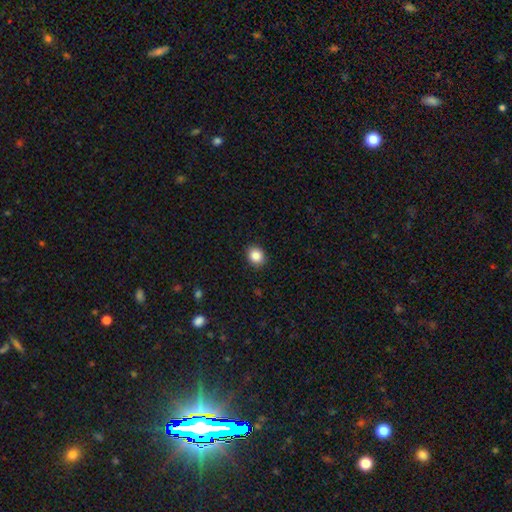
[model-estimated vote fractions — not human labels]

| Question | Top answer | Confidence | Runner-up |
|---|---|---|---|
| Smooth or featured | smooth | 87% | star or artifact (9%) |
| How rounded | round | 69% | in between (30%) |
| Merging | none | 90% | minor disturbance (7%) |